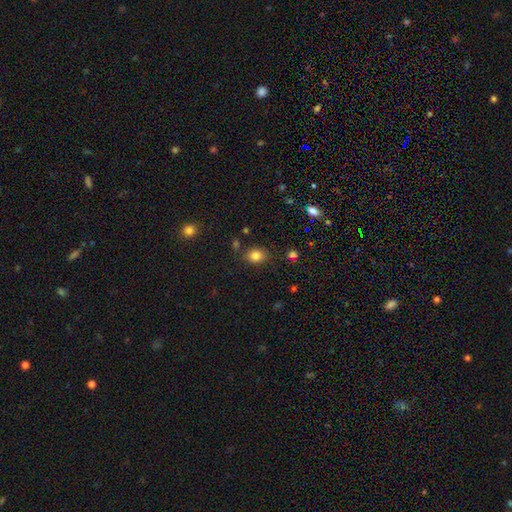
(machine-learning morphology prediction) This appears to be a smooth galaxy with no disk features (82%) that is round (55%). Merging: none (80%).